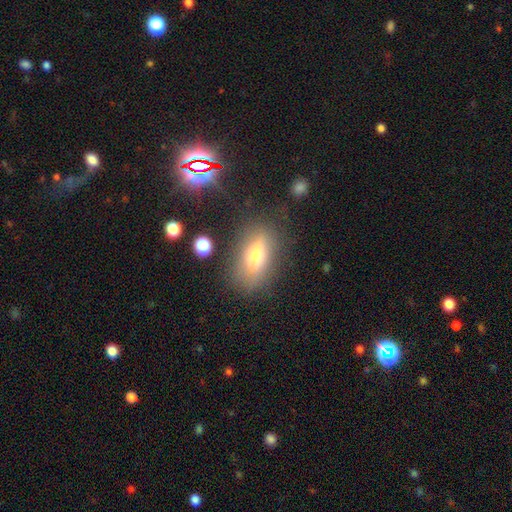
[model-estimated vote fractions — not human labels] smooth-or-featured: smooth: 65% | featured or disk: 21% | star or artifact: 13%
  how-rounded: in between: 80% | cigar-shaped: 14% | round: 7%
  merging: none: 75% | minor disturbance: 16% | major disturbance: 6% | merger: 3%